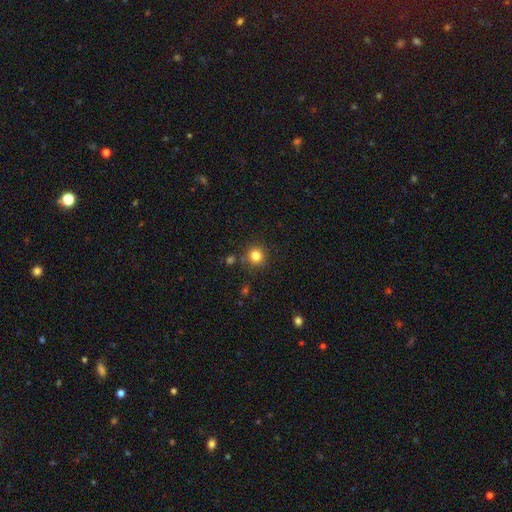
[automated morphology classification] Overall: smooth (82%). How rounded: round (93%). Merging: none (84%).